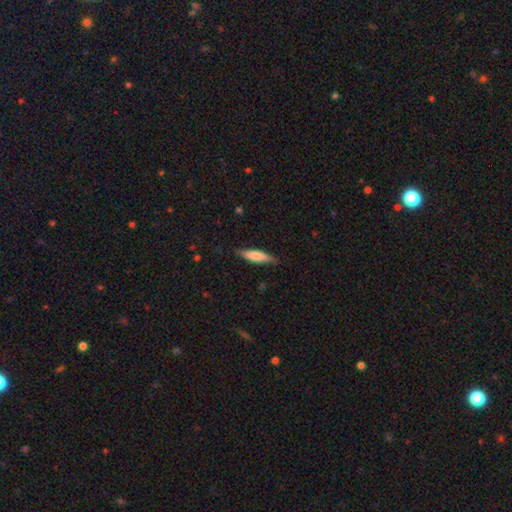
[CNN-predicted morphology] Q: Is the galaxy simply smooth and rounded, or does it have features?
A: smooth — 69%.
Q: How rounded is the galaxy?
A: cigar-shaped — 73%.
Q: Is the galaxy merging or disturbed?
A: none — 80%.